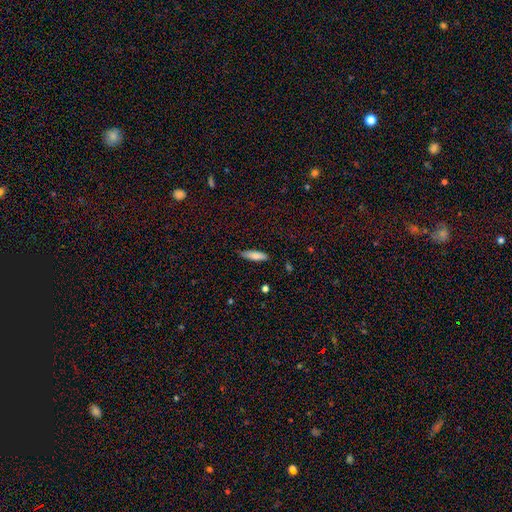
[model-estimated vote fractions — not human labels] This is likely a smooth galaxy (80%). How rounded: likely cigar-shaped (63%). Merging: clearly none (80%).